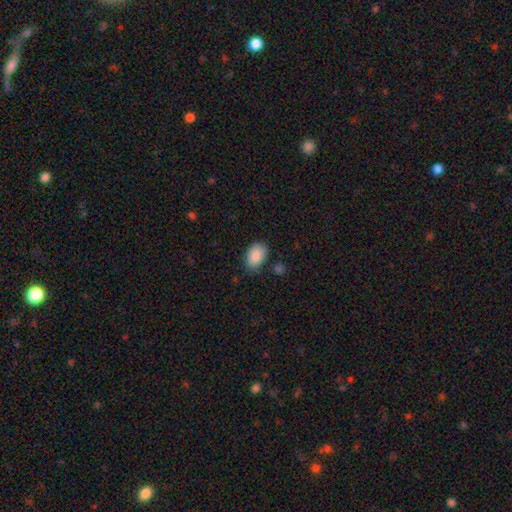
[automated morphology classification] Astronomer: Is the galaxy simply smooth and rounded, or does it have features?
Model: smooth — 89%.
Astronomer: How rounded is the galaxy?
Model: in between — 89%.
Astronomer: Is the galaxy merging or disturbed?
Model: none — 76%.